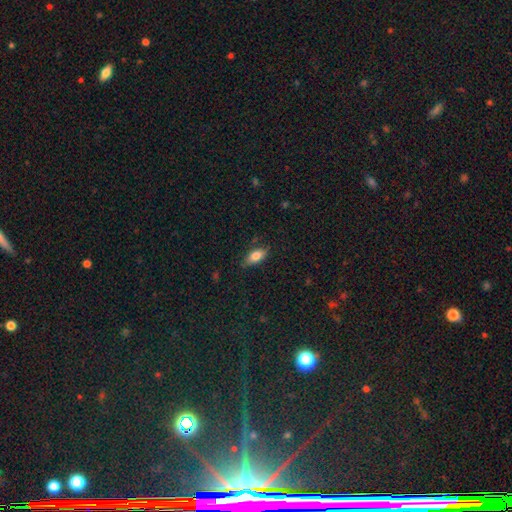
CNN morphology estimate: Overall: smooth (78%). How rounded: in between (84%). Merging: none (81%).